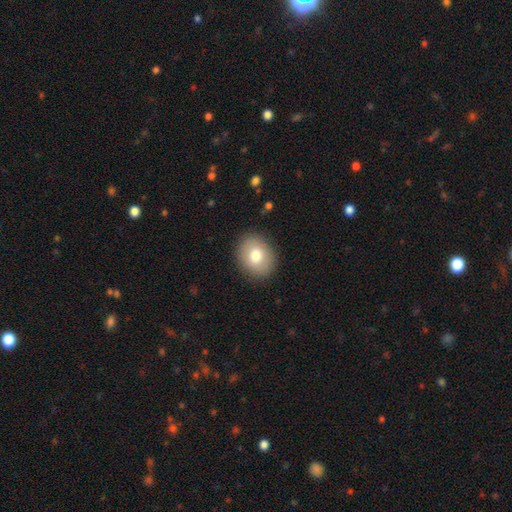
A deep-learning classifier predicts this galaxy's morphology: Smooth or featured?
  - smooth: 77% *
  - featured or disk: 15%
  - star or artifact: 8%
How rounded?
  - round: 52% *
  - in between: 47%
  - cigar-shaped: 1%
Merging?
  - none: 88% *
  - minor disturbance: 8%
  - major disturbance: 3%
  - merger: 1%